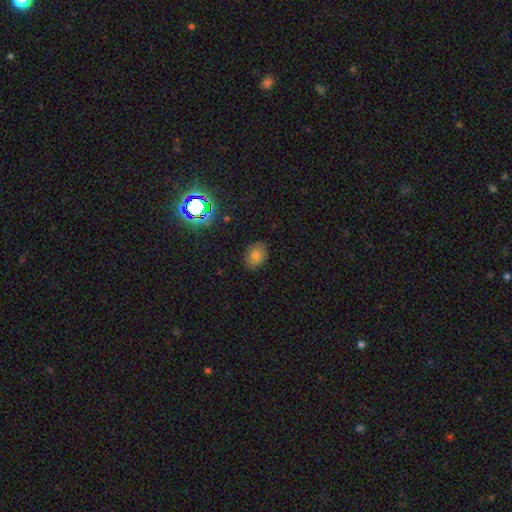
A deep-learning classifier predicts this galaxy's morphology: A smooth galaxy with no disk features (75%) that is in between round and cigar-shaped (72%).

Vote fractions:
- Smooth or featured? smooth: 75% / star or artifact: 16% / featured or disk: 9%
- How rounded? in between: 72% / round: 27% / cigar-shaped: 1%
- Merging? none: 83% / minor disturbance: 13% / major disturbance: 3% / merger: 1%